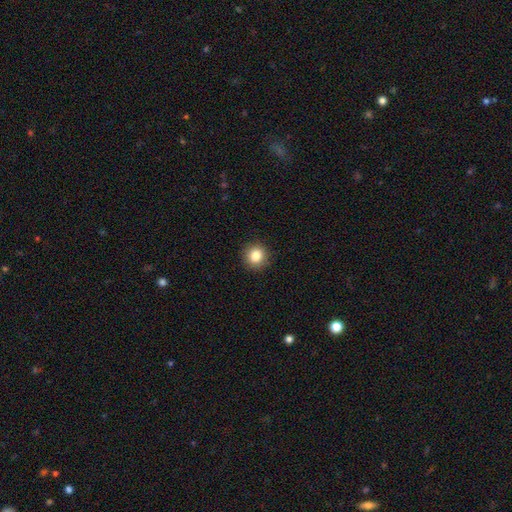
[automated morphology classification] smooth_or_featured: smooth (p=0.84) [alt: star or artifact p=0.10]
how_rounded: round (p=0.93) [alt: in between p=0.06]
merging: none (p=0.92) [alt: minor disturbance p=0.06]